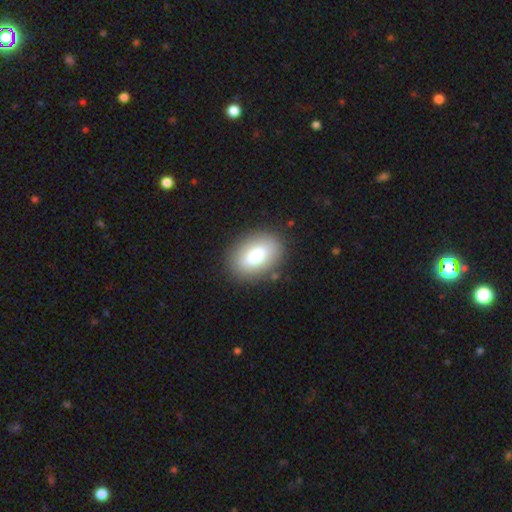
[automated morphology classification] The model was most divided on "smooth or featured": smooth: 78%, featured or disk: 14%, star or artifact: 8%. More confident: merging — none (86%); how rounded — in between (86%).